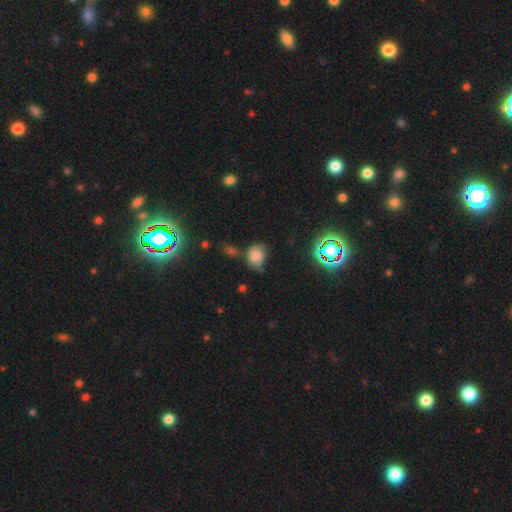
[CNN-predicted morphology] Overall: smooth (74%). How rounded: round (56%; in between 42%). Merging: none (50%; minor disturbance 29%).